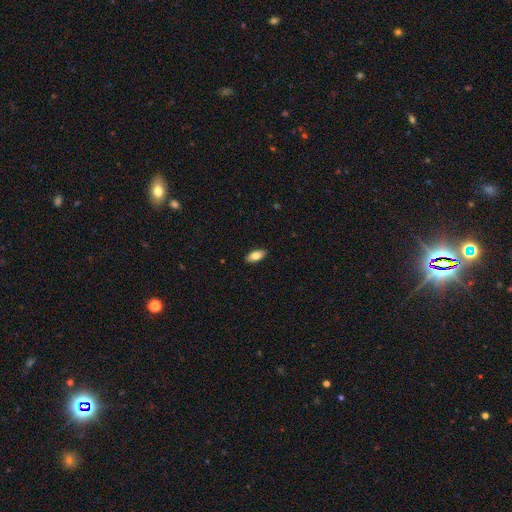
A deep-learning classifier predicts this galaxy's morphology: A smooth galaxy with no disk features (80%) that is in between round and cigar-shaped (88%).

Vote fractions:
- Smooth or featured? smooth: 80% / featured or disk: 14% / star or artifact: 6%
- How rounded? in between: 88% / cigar-shaped: 10% / round: 2%
- Merging? none: 90% / minor disturbance: 8% / major disturbance: 2% / merger: 1%